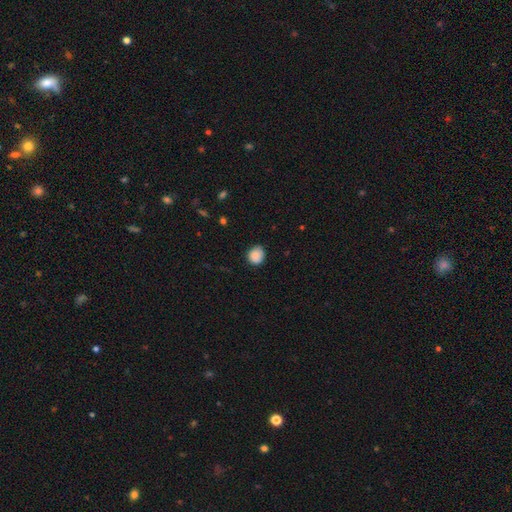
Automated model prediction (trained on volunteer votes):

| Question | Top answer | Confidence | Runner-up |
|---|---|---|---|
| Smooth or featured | smooth | 87% | star or artifact (8%) |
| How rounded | round | 81% | in between (19%) |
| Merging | none | 79% | minor disturbance (17%) |